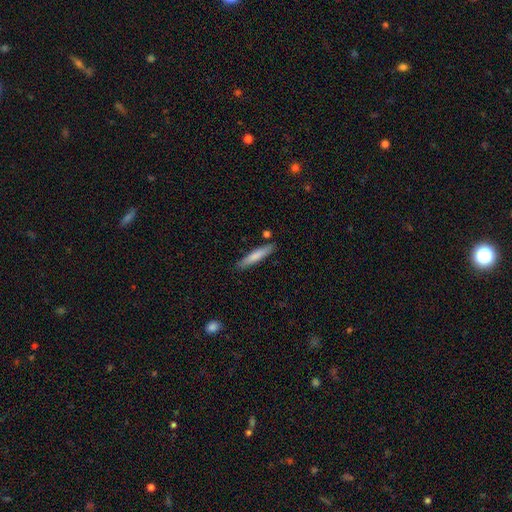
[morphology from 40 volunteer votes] Smooth or featured? smooth (78%)
How rounded? cigar-shaped (74%)
Merging? none (85%)